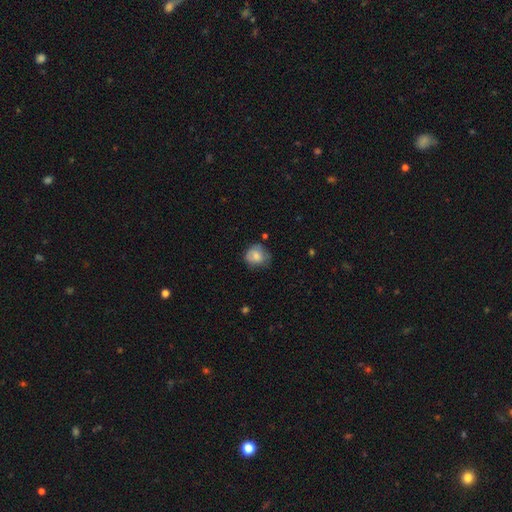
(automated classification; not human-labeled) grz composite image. It shows a smooth galaxy with no disk features (74%) that is round (72%). Merging: none (55%).